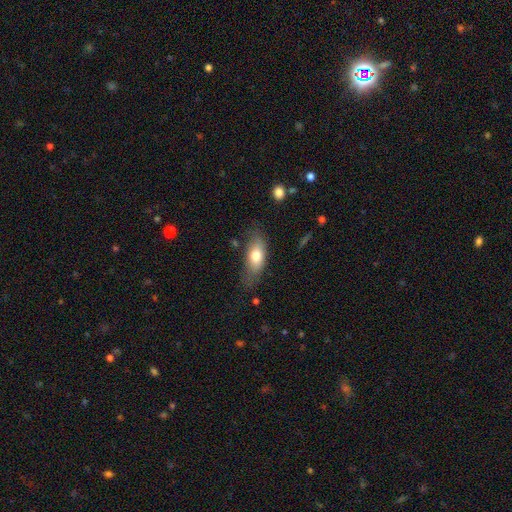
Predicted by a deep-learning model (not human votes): A smooth galaxy with no disk features (73%) that is in between round and cigar-shaped (83%).

Vote fractions:
- Smooth or featured? smooth: 73% / featured or disk: 20% / star or artifact: 7%
- How rounded? in between: 83% / cigar-shaped: 13% / round: 5%
- Merging? none: 65% / minor disturbance: 24% / major disturbance: 9% / merger: 2%